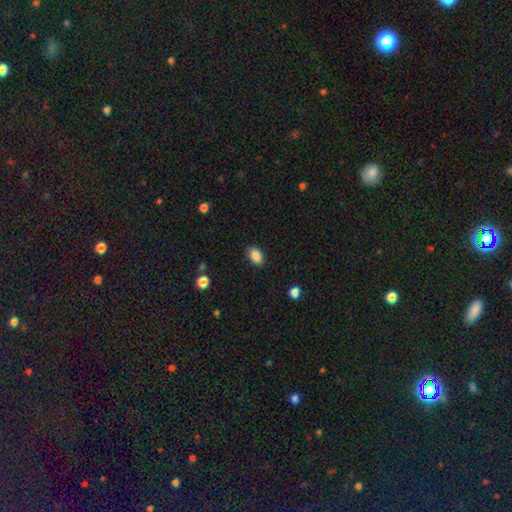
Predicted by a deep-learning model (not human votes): This appears to be a smooth galaxy with no disk features (88%) that is in between round and cigar-shaped (88%). Merging: none (88%).